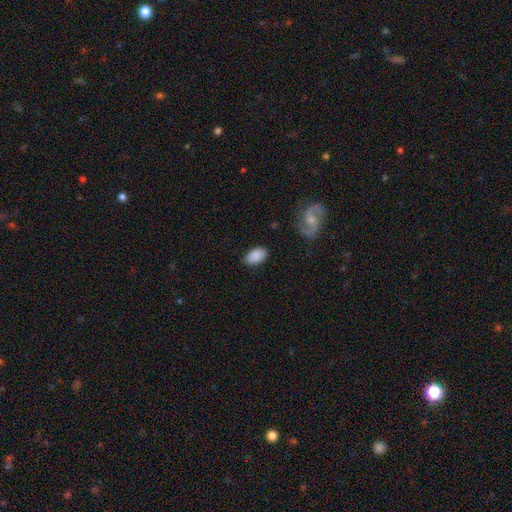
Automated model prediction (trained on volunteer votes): Smooth or featured: smooth — 85% (featured or disk — 8%)
How rounded: in between — 93% (round — 5%)
Merging: none — 81% (minor disturbance — 14%)